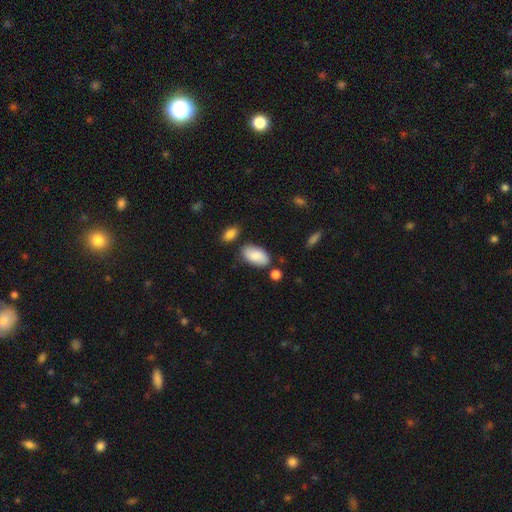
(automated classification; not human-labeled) smooth_or_featured: smooth (p=0.83) [alt: featured or disk p=0.10]
how_rounded: in between (p=0.95) [alt: round p=0.03]
merging: none (p=0.74) [alt: minor disturbance p=0.16]